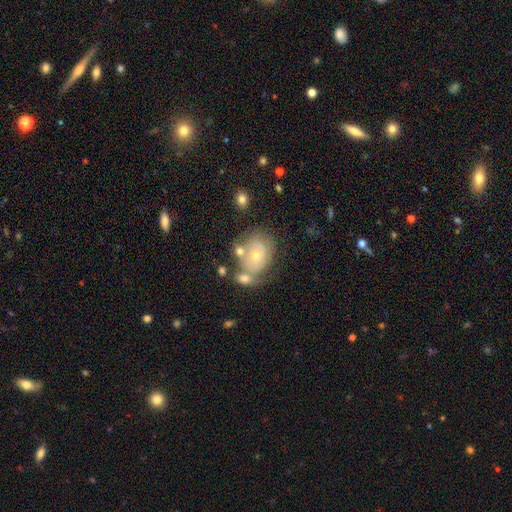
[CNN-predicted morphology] Smooth or featured: featured or disk — 56% (smooth — 33%)
Edge-on disk: no — 96% (yes — 4%)
Bar: no — 82% (weak — 14%)
Spiral arms: yes — 61% (no — 39%)
Bulge size: small — 52% (moderate — 44%)
Merging: none — 49% (minor disturbance — 20%)